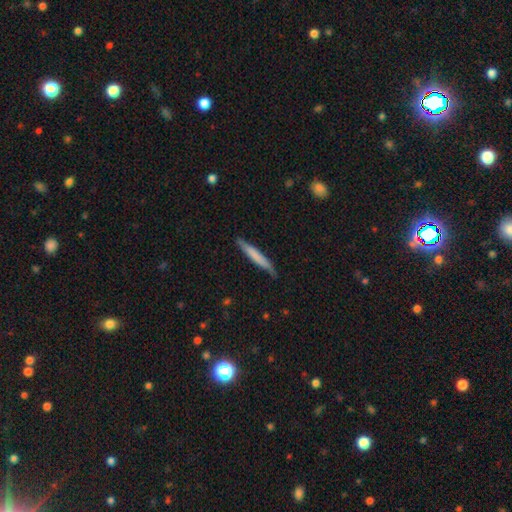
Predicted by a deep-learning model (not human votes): This appears to be a smooth galaxy with no disk features (67%) that is cigar-shaped (95%). Merging: none (81%).